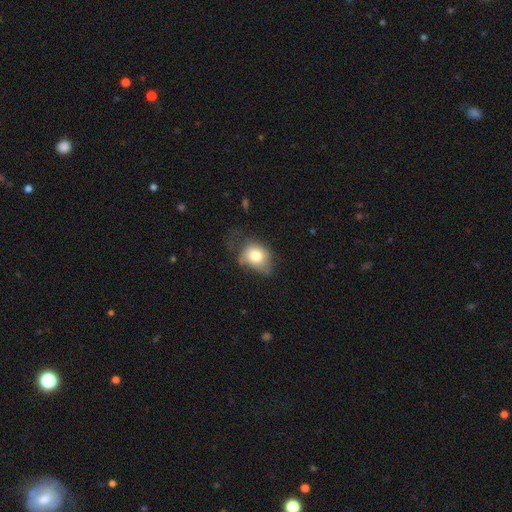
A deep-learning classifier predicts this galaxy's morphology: A smooth galaxy with no disk features (76%) that is in between round and cigar-shaped (61%). Merging: minor disturbance (36%).